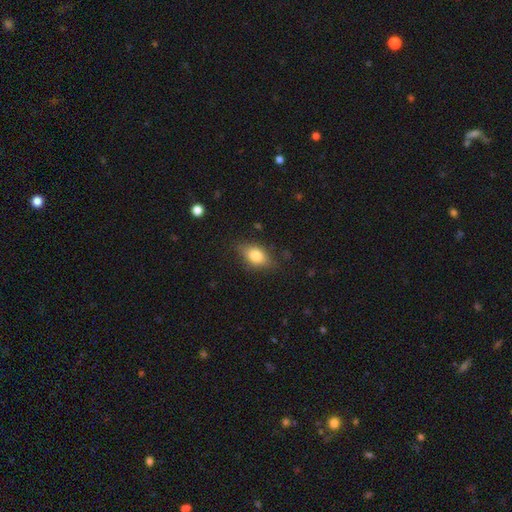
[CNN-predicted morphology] A smooth galaxy with no disk features (76%) that is in between round and cigar-shaped (80%).

Vote fractions:
- Smooth or featured? smooth: 76% / featured or disk: 16% / star or artifact: 8%
- How rounded? in between: 80% / round: 15% / cigar-shaped: 5%
- Merging? none: 74% / minor disturbance: 20% / major disturbance: 5% / merger: 1%